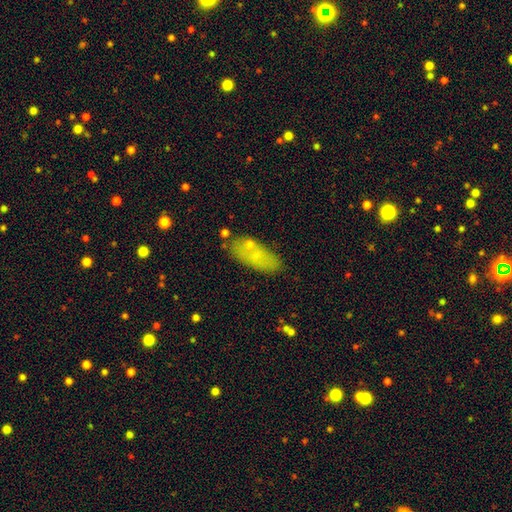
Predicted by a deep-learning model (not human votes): Smooth or featured: smooth — 70% (featured or disk — 19%)
How rounded: in between — 75% (cigar-shaped — 21%)
Merging: none — 72% (minor disturbance — 16%)